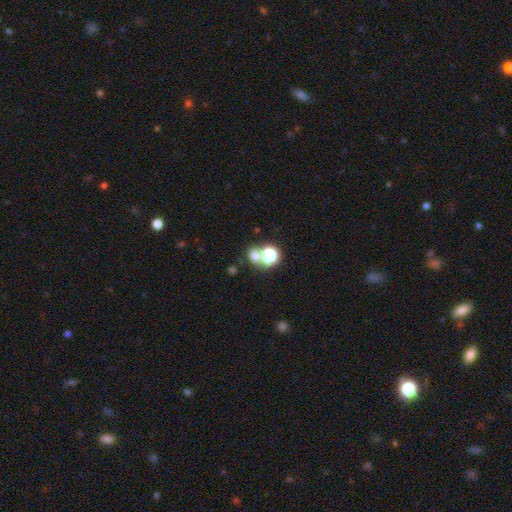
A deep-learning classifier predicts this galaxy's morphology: Smooth or featured? smooth (65%)
How rounded? round (75%)
Merging? none (53%)